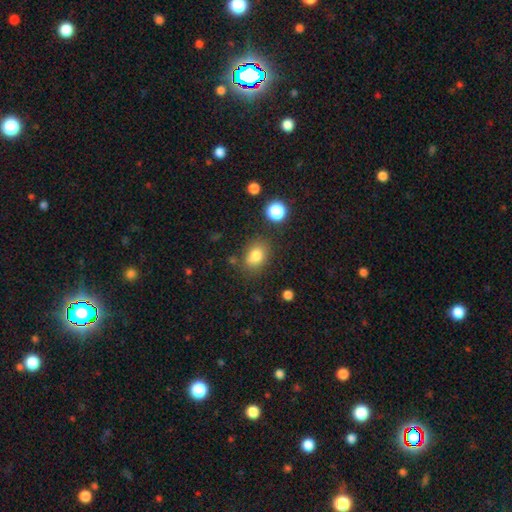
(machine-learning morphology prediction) Q: Smooth or featured?
A: smooth (81%); runner-up: star or artifact (11%)
Q: How rounded?
A: in between (68%); runner-up: round (31%)
Q: Merging?
A: none (74%); runner-up: minor disturbance (16%)